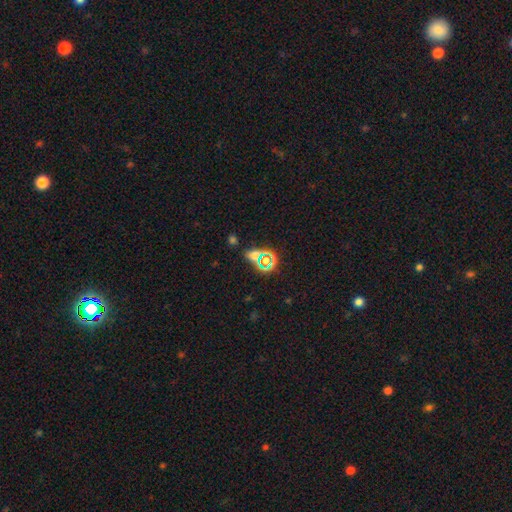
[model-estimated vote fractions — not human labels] The model was most divided on "smooth or featured": star or artifact: 52%, smooth: 39%, featured or disk: 9%.